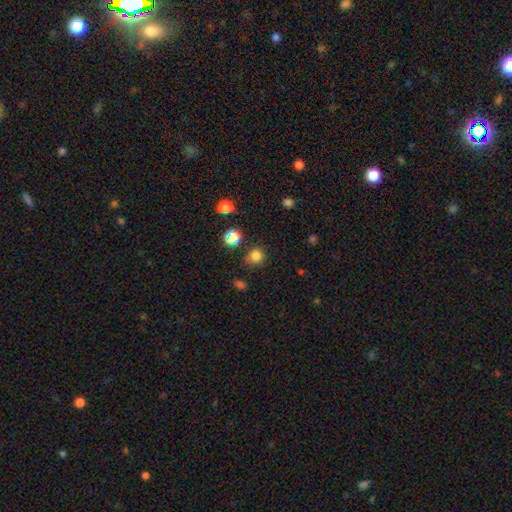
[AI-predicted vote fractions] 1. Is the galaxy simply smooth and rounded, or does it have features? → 77% smooth, 18% star or artifact, 5% featured or disk.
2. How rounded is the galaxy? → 89% round, 10% in between, 1% cigar-shaped.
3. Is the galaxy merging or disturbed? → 77% none, 14% minor disturbance, 5% merger, 5% major disturbance.